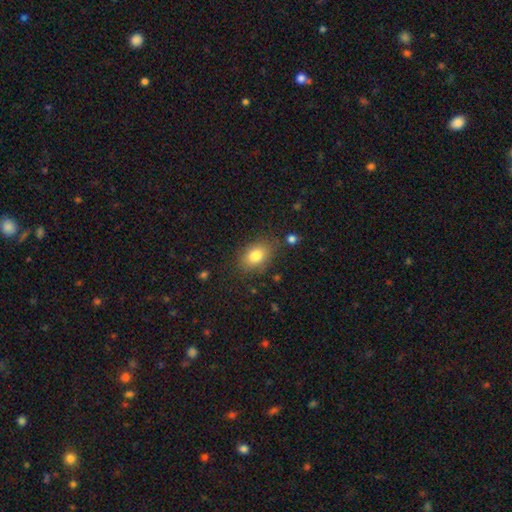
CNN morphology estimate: type=smooth (81%); roundness=in between (78%); merging=none (78%).